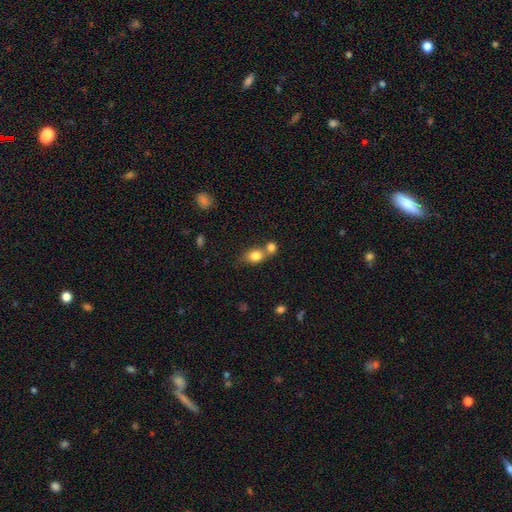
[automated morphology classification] type=smooth (81%); roundness=in between (53%); merging=merger (49%).